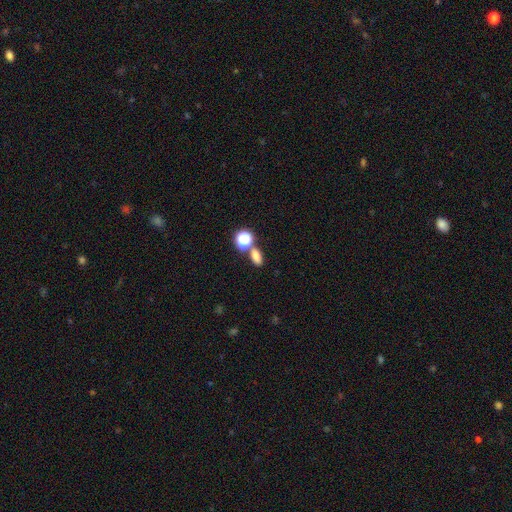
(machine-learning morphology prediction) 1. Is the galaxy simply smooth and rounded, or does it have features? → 75% smooth, 17% star or artifact, 8% featured or disk.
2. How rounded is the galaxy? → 77% in between, 19% round, 5% cigar-shaped.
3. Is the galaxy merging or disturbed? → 66% none, 20% merger, 10% minor disturbance, 4% major disturbance.